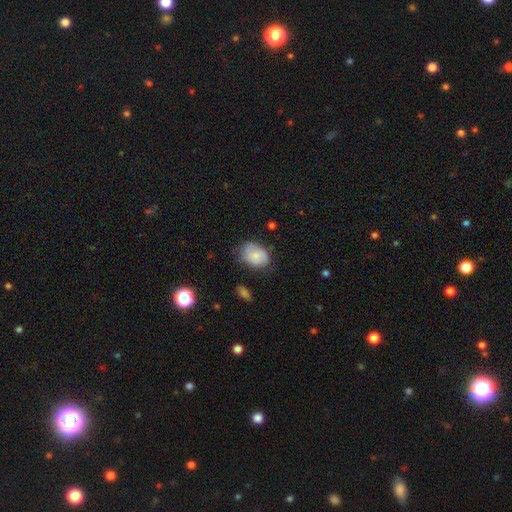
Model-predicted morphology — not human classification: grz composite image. It shows a smooth galaxy with no disk features (70%) that is in between round and cigar-shaped (74%). Merging: none (61%).